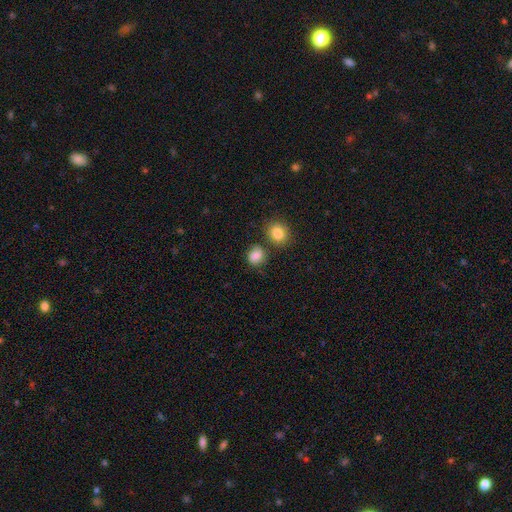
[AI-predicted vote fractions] The model was most divided on "how rounded": round: 72%, in between: 27%, cigar-shaped: 1%. More confident: smooth or featured — smooth (78%); merging — none (68%).